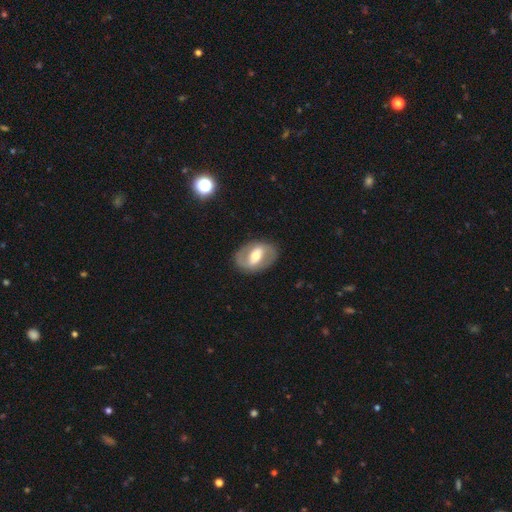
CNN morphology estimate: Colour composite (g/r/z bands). It shows a featured or disk galaxy (71%) with a strong bar (46%), spiral arms (66%) and a moderate central bulge (58%). Merging: none (84%).